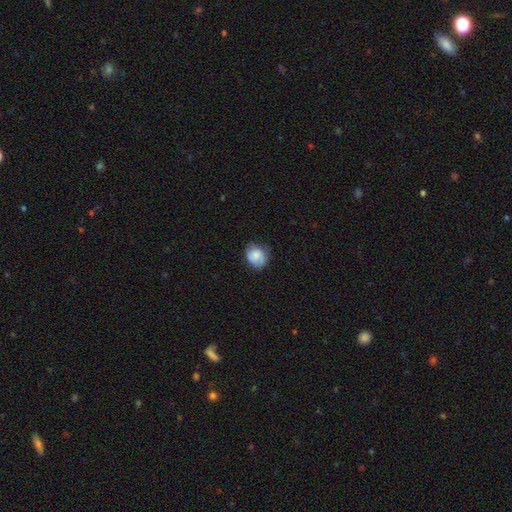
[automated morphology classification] smooth 67%, featured or disk 25%, star or artifact 8%. Down the decision tree: how rounded — round (65%); merging — none (64%).